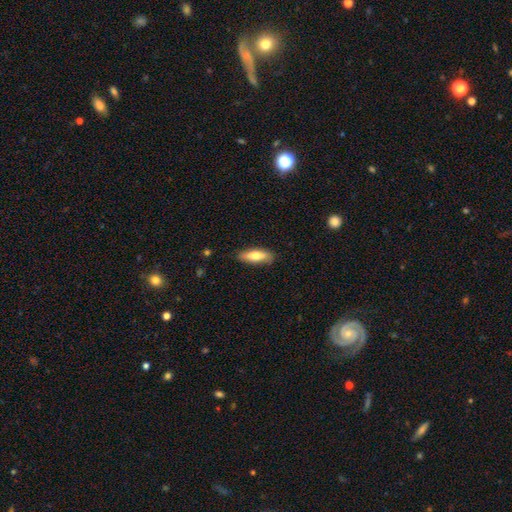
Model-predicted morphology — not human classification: Q: Smooth or featured?
A: smooth (69%); runner-up: featured or disk (25%)
Q: How rounded?
A: in between (59%); runner-up: cigar-shaped (38%)
Q: Merging?
A: none (82%); runner-up: minor disturbance (14%)